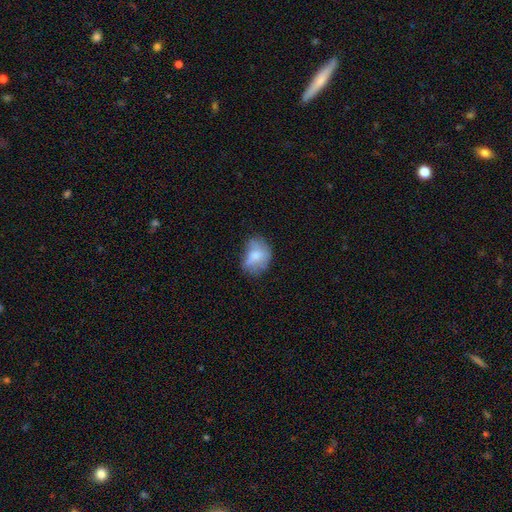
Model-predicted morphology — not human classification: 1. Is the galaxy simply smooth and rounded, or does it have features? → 66% smooth, 25% featured or disk, 9% star or artifact.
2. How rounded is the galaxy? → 67% in between, 32% round, 1% cigar-shaped.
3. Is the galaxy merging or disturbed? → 48% none, 32% minor disturbance, 17% major disturbance, 3% merger.